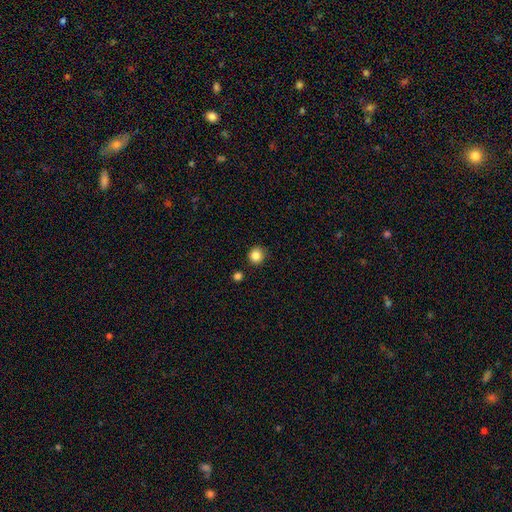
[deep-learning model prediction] A smooth galaxy with no disk features (84%) that is round (89%). Merging: none (88%).